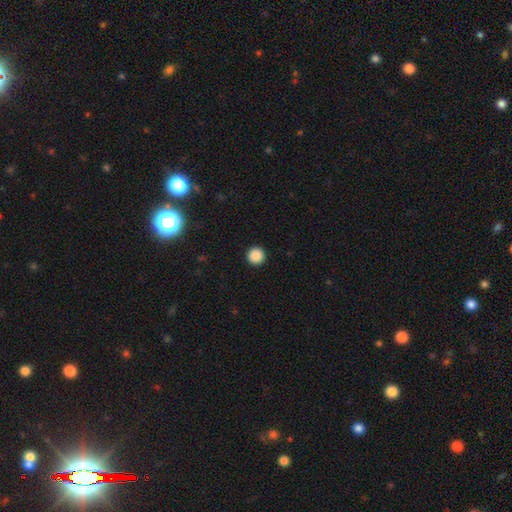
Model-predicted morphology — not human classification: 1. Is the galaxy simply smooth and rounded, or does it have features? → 88% smooth, 9% star or artifact, 3% featured or disk.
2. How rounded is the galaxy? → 97% round, 3% in between, 1% cigar-shaped.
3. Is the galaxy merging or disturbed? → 94% none, 4% minor disturbance, 1% major disturbance, 1% merger.